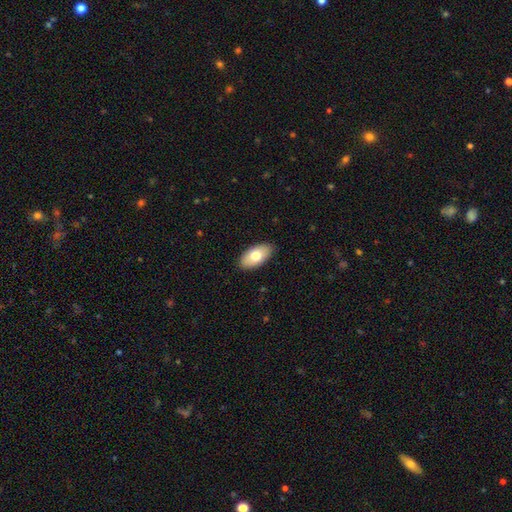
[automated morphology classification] Smooth or featured: smooth — 75% (featured or disk — 19%)
How rounded: in between — 95% (cigar-shaped — 3%)
Merging: none — 88% (minor disturbance — 9%)